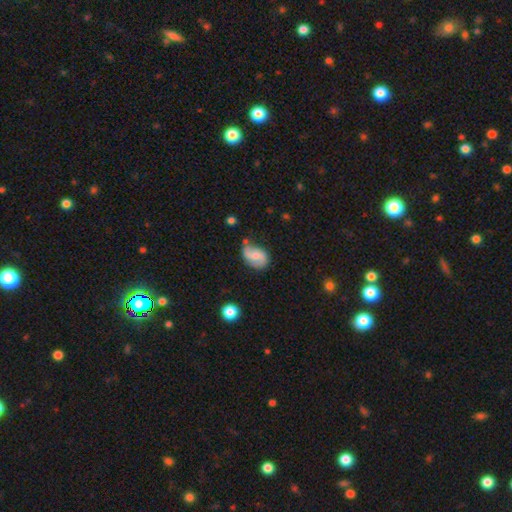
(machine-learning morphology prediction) Q: Smooth or featured?
A: featured or disk (51%); runner-up: smooth (41%)
Q: Edge-on disk?
A: no (97%); runner-up: yes (3%)
Q: Merging?
A: none (49%); runner-up: minor disturbance (34%)